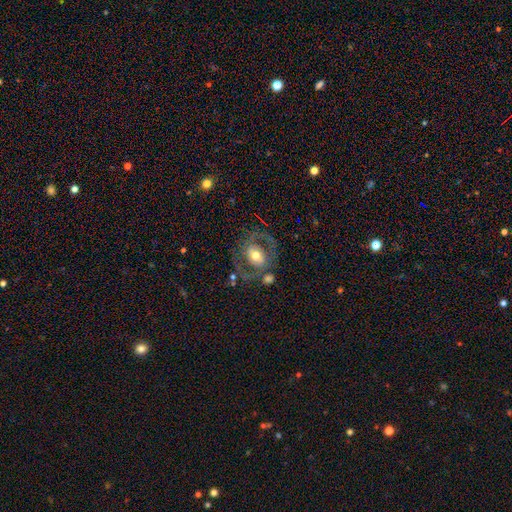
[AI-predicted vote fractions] The model was most divided on "spiral arms": yes: 59%, no: 41%. More confident: edge-on disk — no (96%); bulge size — moderate (69%); smooth or featured — featured or disk (63%); merging — none (63%); bar — no (55%).